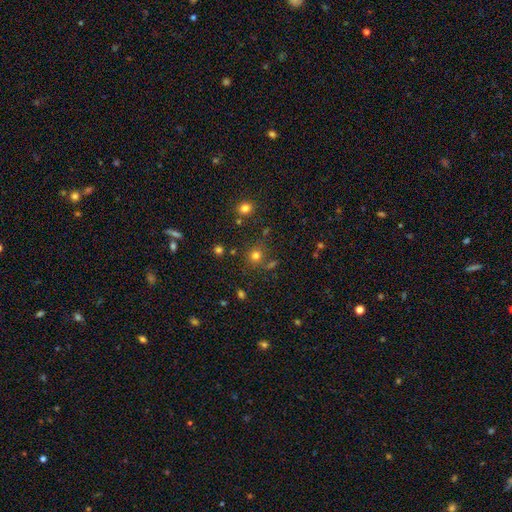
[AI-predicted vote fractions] Smooth or featured? smooth (73%)
How rounded? round (89%)
Merging? none (77%)